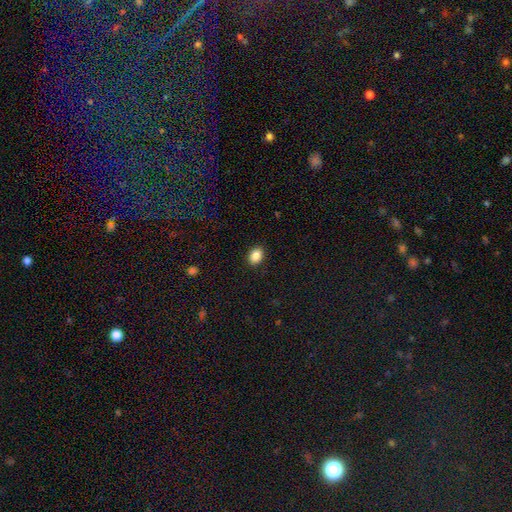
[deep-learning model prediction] Q: Smooth or featured?
A: smooth (88%); runner-up: star or artifact (9%)
Q: How rounded?
A: in between (74%); runner-up: round (25%)
Q: Merging?
A: none (90%); runner-up: minor disturbance (7%)